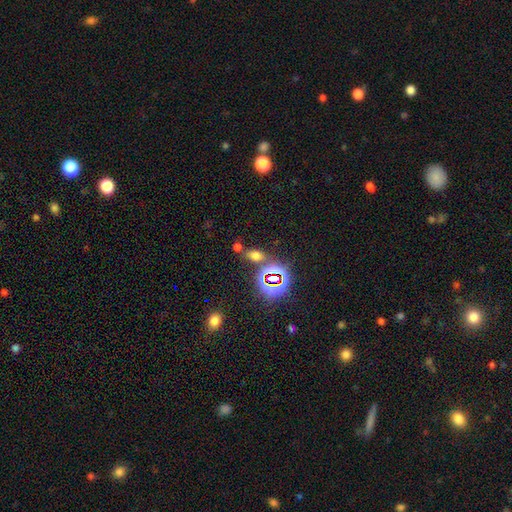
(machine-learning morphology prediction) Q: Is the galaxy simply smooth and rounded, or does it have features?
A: smooth — 53%.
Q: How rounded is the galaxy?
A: in between — 75%.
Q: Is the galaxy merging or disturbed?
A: none — 69%.